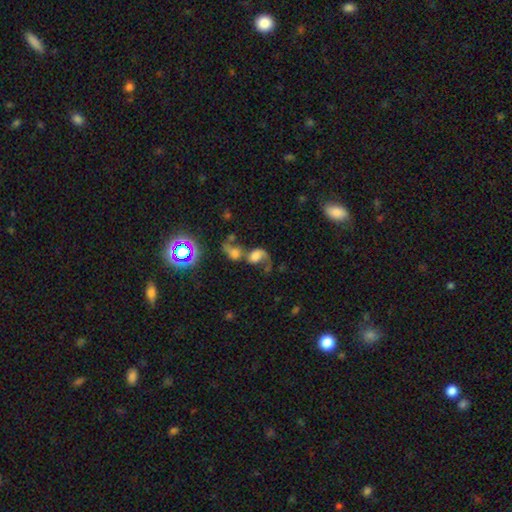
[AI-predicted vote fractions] Smooth or featured?
  - featured or disk: 42% *
  - smooth: 41%
  - star or artifact: 17%
Merging?
  - merger: 61% *
  - major disturbance: 18%
  - none: 14%
  - minor disturbance: 7%